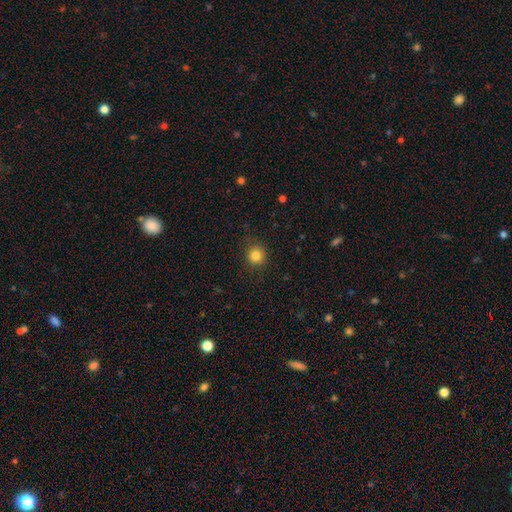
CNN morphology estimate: The model was most divided on "smooth or featured": smooth: 83%, star or artifact: 12%, featured or disk: 5%. More confident: how rounded — round (90%); merging — none (86%).